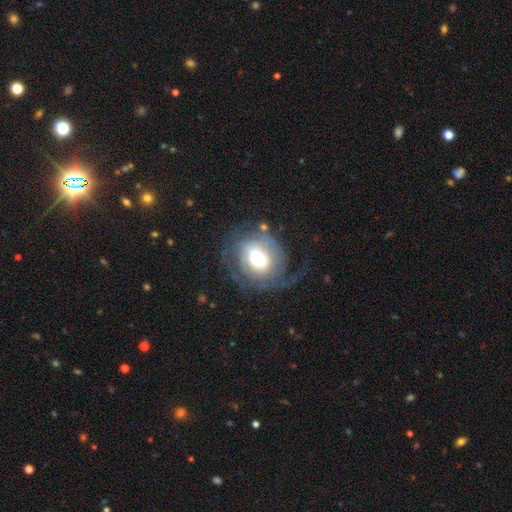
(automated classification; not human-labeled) Smooth or featured?
  - featured or disk: 70% *
  - smooth: 22%
  - star or artifact: 8%
Edge-on disk?
  - no: 97% *
  - yes: 3%
Bar?
  - no: 53% *
  - weak: 35%
  - strong: 12%
Spiral arms?
  - yes: 84% *
  - no: 16%
Spiral winding?
  - tight: 51% *
  - medium: 32%
  - loose: 17%
Spiral arm count?
  - 2: 40% *
  - can't tell: 32%
  - 1: 10%
  - 3: 10%
  - 4: 4%
  - more than 4: 4%
Bulge size?
  - moderate: 54% *
  - large: 27%
  - small: 13%
  - dominant: 4%
  - none: 1%
Merging?
  - none: 59% *
  - major disturbance: 21%
  - minor disturbance: 18%
  - merger: 2%